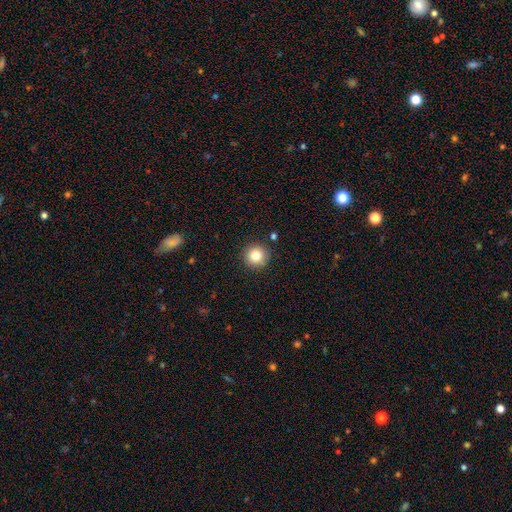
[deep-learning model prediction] A smooth galaxy with no disk features (81%) that is round (95%). Merging: none (89%).